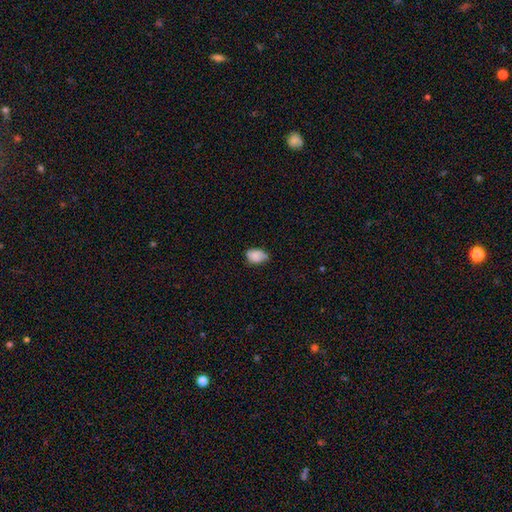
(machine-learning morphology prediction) A smooth galaxy with no disk features (77%) that is in between round and cigar-shaped (81%). Merging: none (54%).